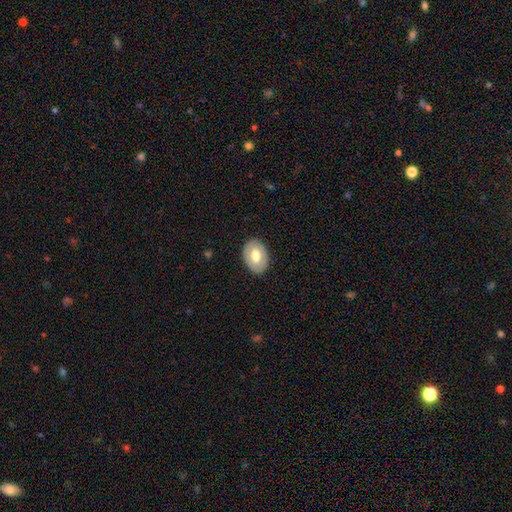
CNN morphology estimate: This appears to be a smooth galaxy with no disk features (60%) that is in between round and cigar-shaped (78%). Merging: none (87%).